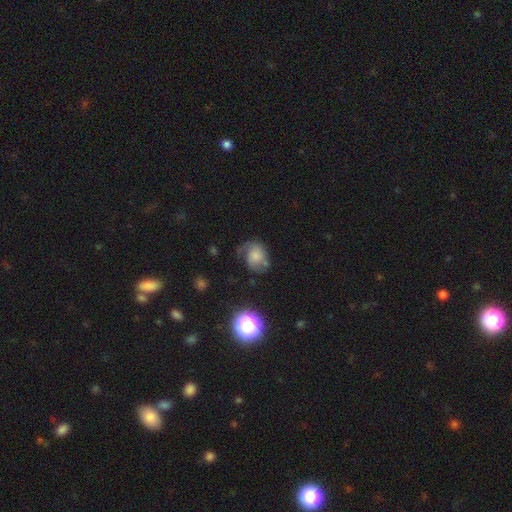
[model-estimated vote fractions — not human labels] smooth_or_featured: smooth (p=0.54) [alt: featured or disk p=0.34]
how_rounded: round (p=0.54) [alt: in between p=0.45]
merging: none (p=0.42) [alt: minor disturbance p=0.29]